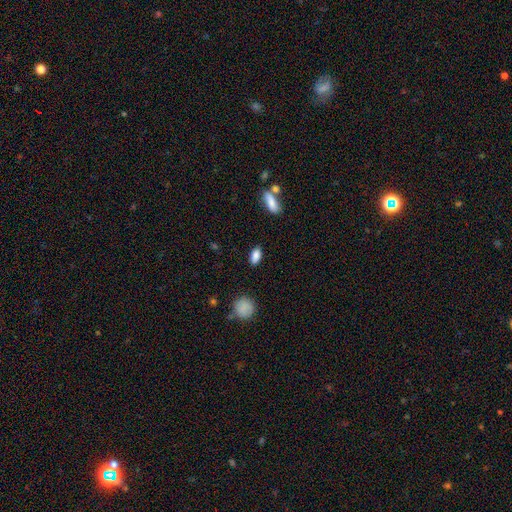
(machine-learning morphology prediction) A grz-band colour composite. It shows a smooth galaxy with no disk features (86%) that is in between round and cigar-shaped (88%). Merging: none (85%).